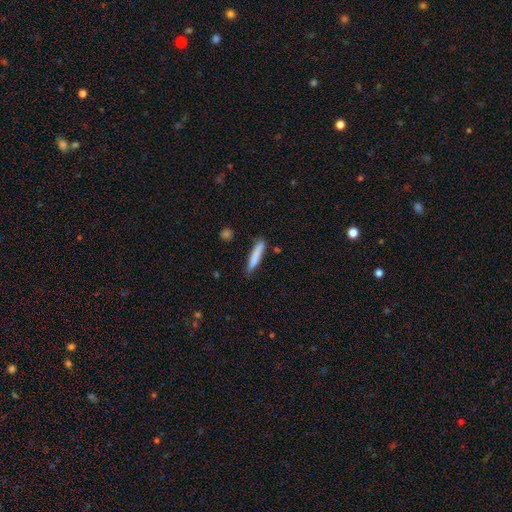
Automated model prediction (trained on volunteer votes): Morphology: type=smooth (81%); roundness=cigar-shaped (90%); merging=none (79%).